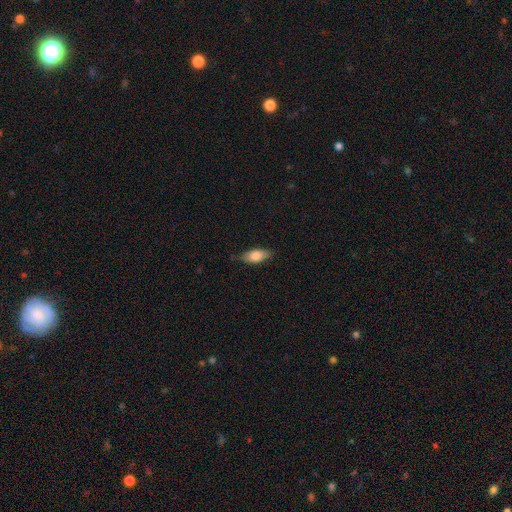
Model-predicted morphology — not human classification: A smooth galaxy with no disk features (80%) that is in between round and cigar-shaped (82%).

Vote fractions:
- Smooth or featured? smooth: 80% / featured or disk: 14% / star or artifact: 6%
- How rounded? in between: 82% / cigar-shaped: 15% / round: 3%
- Merging? none: 79% / minor disturbance: 17% / major disturbance: 3% / merger: 1%